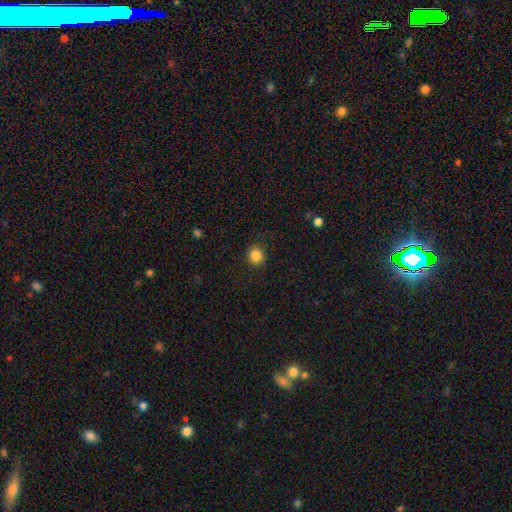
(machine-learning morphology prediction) type=smooth (85%); roundness=round (87%); merging=none (89%).